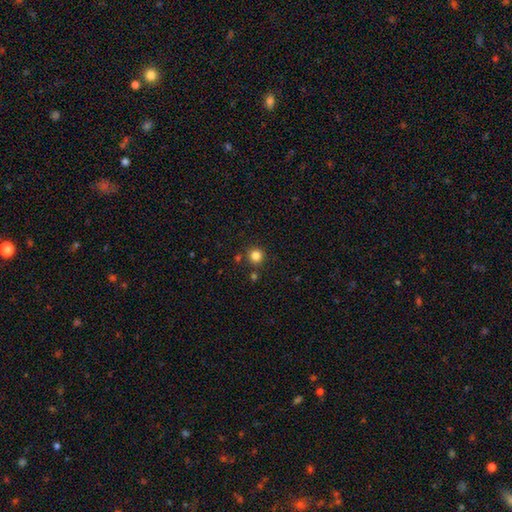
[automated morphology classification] A smooth galaxy with no disk features (83%) that is round (95%).

Vote fractions:
- Smooth or featured? smooth: 83% / star or artifact: 13% / featured or disk: 4%
- How rounded? round: 95% / in between: 4% / cigar-shaped: 1%
- Merging? none: 86% / minor disturbance: 6% / merger: 5% / major disturbance: 2%